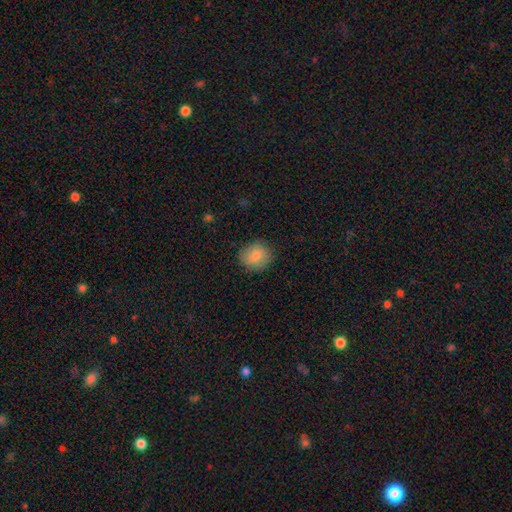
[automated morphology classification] This appears to be a smooth galaxy with no disk features (83%) that is round (74%). Merging: none (84%).